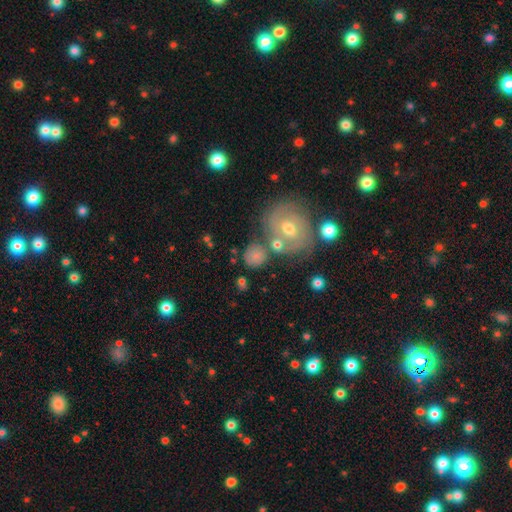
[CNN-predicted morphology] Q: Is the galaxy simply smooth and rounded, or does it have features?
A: smooth — 69%.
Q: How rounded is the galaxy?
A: round — 82%.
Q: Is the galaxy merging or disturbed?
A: none — 62%.